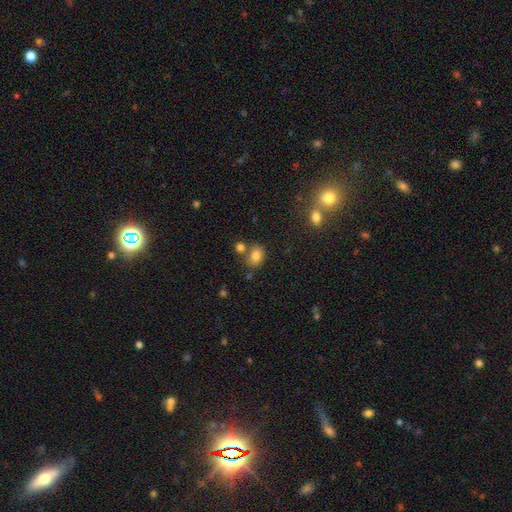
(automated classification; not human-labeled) Overall: smooth (81%). How rounded: in between (60%; round 38%). Merging: none (64%).